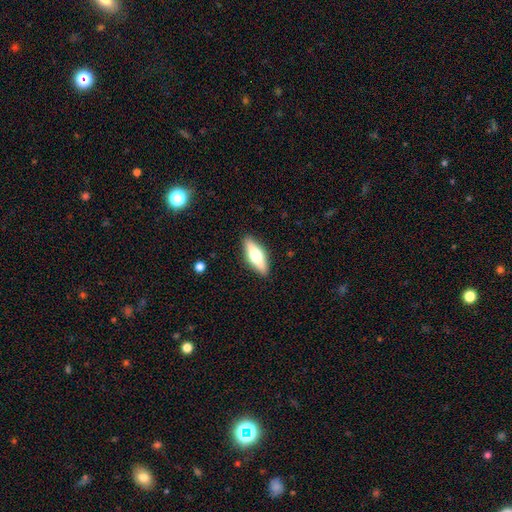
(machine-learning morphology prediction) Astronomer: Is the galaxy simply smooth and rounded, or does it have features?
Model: smooth — 50% (runner-up: featured or disk, 44%).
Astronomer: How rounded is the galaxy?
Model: in between — 57% (runner-up: cigar-shaped, 41%).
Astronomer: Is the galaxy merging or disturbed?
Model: none — 89%.